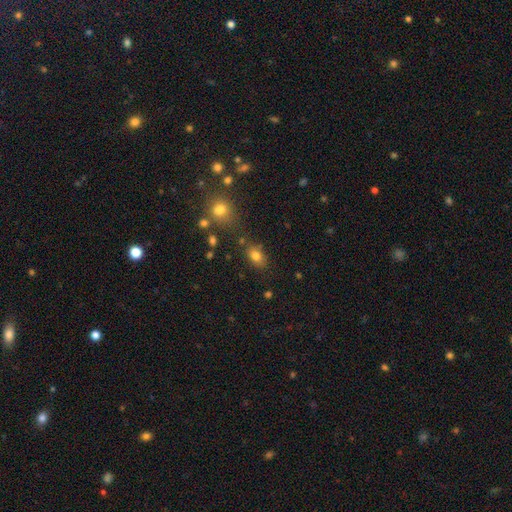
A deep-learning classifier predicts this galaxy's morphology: The model was most divided on "how rounded": in between: 76%, round: 22%, cigar-shaped: 2%. More confident: smooth or featured — smooth (78%); merging — none (71%).